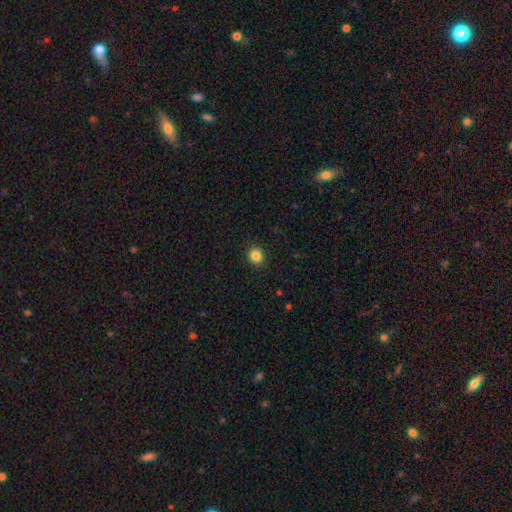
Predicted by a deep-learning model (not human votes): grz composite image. It shows a smooth galaxy with no disk features (85%) that is round (80%). Merging: none (91%).